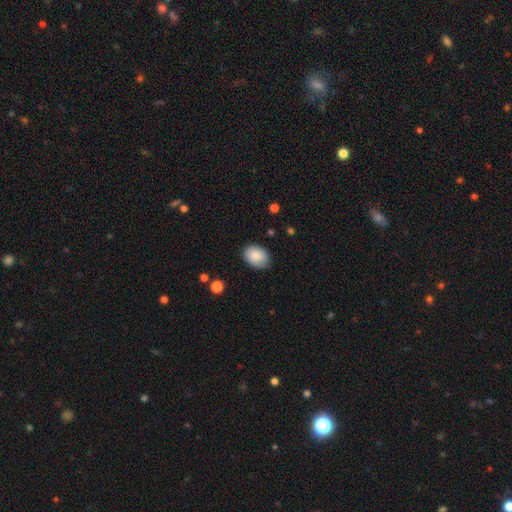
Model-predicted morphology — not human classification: Smooth or featured?
  - smooth: 86% *
  - featured or disk: 8%
  - star or artifact: 7%
How rounded?
  - in between: 72% *
  - round: 28%
  - cigar-shaped: 1%
Merging?
  - none: 81% *
  - minor disturbance: 15%
  - major disturbance: 3%
  - merger: 1%